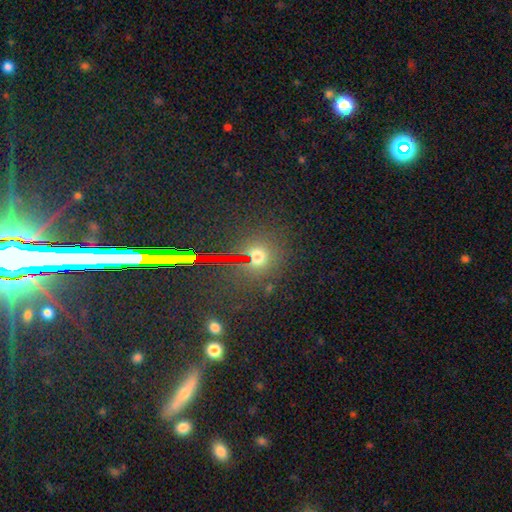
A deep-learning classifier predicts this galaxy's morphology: A smooth galaxy with no disk features (55%) that is round (83%).

Vote fractions:
- Smooth or featured? smooth: 55% / star or artifact: 36% / featured or disk: 9%
- How rounded? round: 83% / in between: 15% / cigar-shaped: 2%
- Merging? none: 77% / minor disturbance: 10% / merger: 7% / major disturbance: 5%